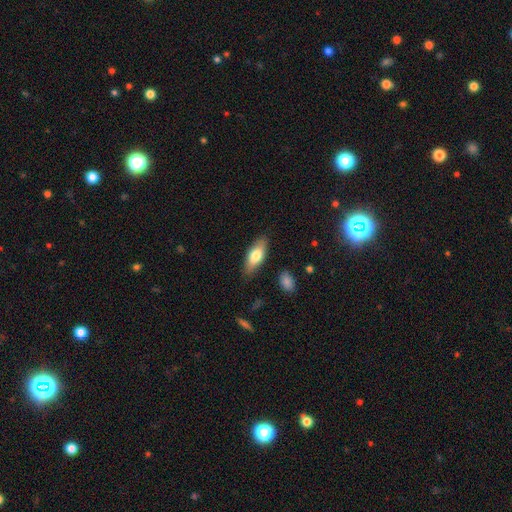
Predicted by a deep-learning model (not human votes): This is likely a smooth galaxy (73%). How rounded: likely in between (76%). Merging: clearly none (84%).